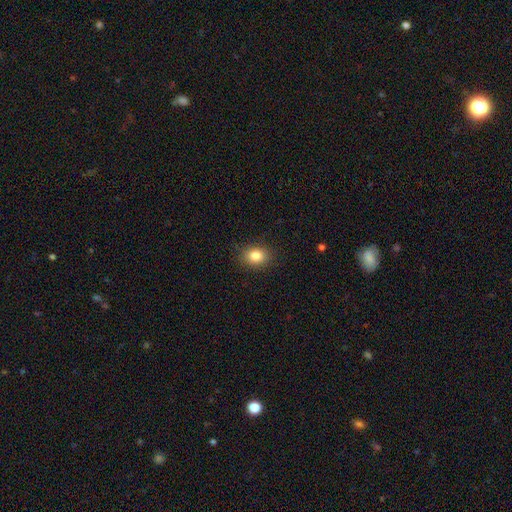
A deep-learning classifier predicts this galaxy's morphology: The model was most divided on "how rounded": in between: 58%, round: 41%, cigar-shaped: 1%. More confident: merging — none (88%); smooth or featured — smooth (84%).